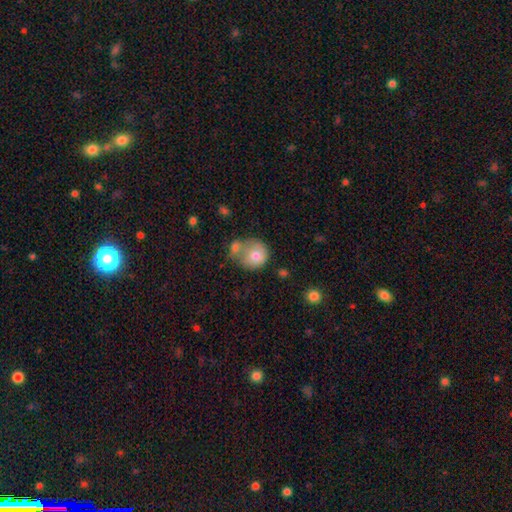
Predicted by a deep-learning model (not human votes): Morphology: type=smooth (74%); roundness=round (80%); merging=merger (49%).